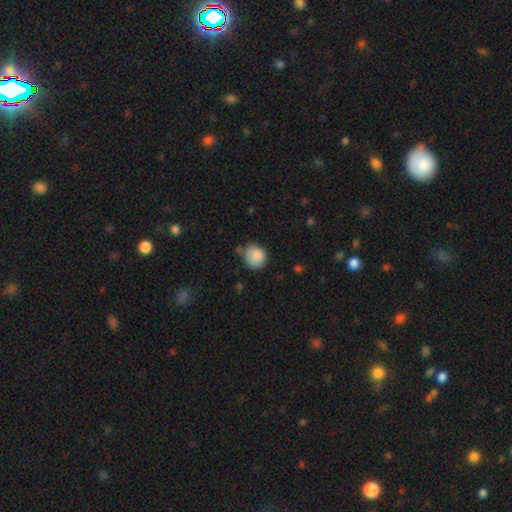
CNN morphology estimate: smooth-or-featured: smooth: 87% | star or artifact: 8% | featured or disk: 5%
  how-rounded: round: 83% | in between: 16% | cigar-shaped: 1%
  merging: none: 63% | minor disturbance: 26% | major disturbance: 6% | merger: 5%